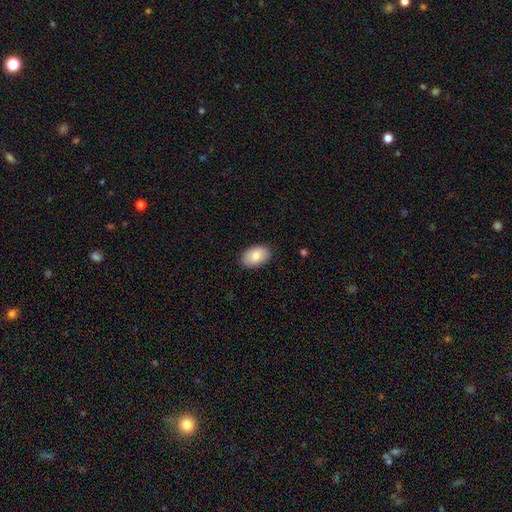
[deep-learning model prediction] Morphology: type=smooth (83%); roundness=in between (92%); merging=none (88%).